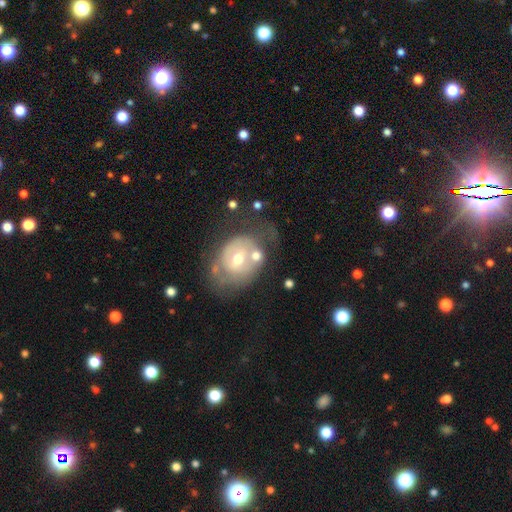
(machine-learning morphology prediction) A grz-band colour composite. It shows a featured or disk galaxy (57%) with no bar (66%), no spiral arms (69%) and a moderate central bulge (70%). Merging: none (38%).